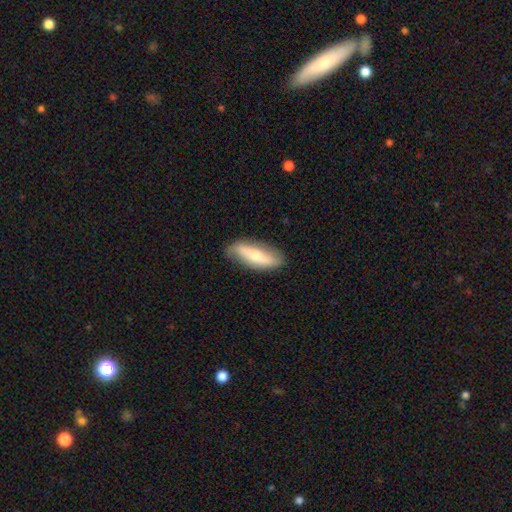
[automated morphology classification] smooth 54%, featured or disk 40%, star or artifact 6%. Down the decision tree: how rounded — in between (56%); merging — none (79%).